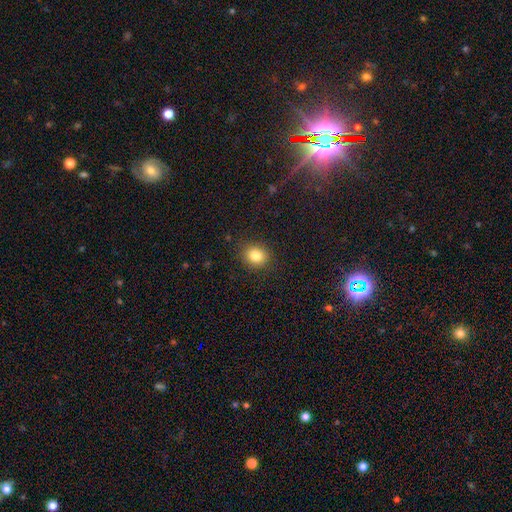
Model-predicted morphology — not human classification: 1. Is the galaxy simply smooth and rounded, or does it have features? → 83% smooth, 11% star or artifact, 6% featured or disk.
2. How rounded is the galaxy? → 62% round, 37% in between, 1% cigar-shaped.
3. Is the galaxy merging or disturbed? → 88% none, 8% minor disturbance, 3% major disturbance, 1% merger.